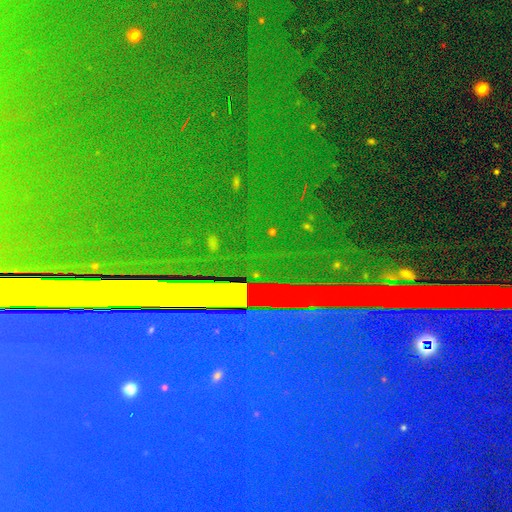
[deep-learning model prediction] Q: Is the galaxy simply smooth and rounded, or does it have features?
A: star or artifact — 86%.